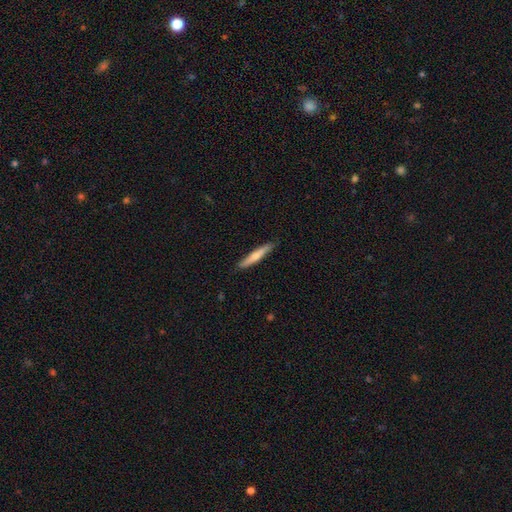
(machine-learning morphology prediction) smooth 58%, featured or disk 37%, star or artifact 5%. Down the decision tree: how rounded — cigar-shaped (92%); merging — none (87%).